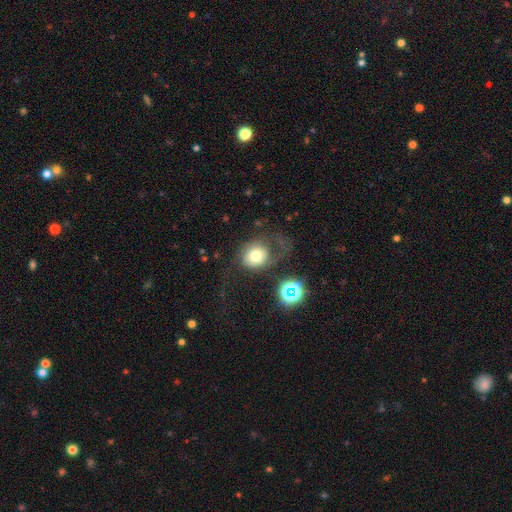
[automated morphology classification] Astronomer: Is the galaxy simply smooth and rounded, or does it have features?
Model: smooth — 62%.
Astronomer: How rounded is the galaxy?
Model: round — 71%.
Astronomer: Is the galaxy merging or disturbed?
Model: major disturbance — 38%, tied with none at 38%.